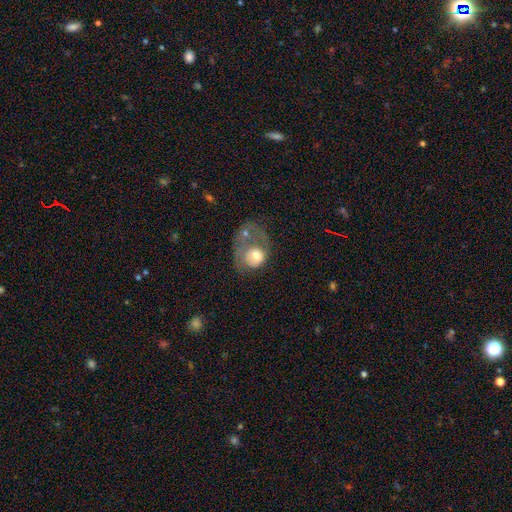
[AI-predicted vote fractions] Q: Smooth or featured?
A: smooth (47%); runner-up: featured or disk (45%)
Q: Merging?
A: major disturbance (47%); runner-up: merger (23%)